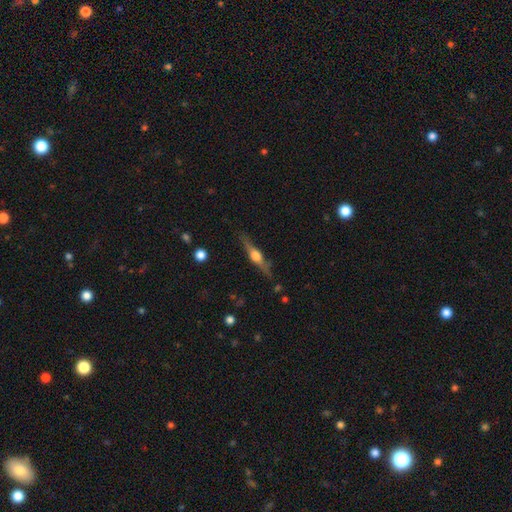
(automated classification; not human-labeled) Smooth or featured: featured or disk — 73% (smooth — 21%)
Edge-on disk: yes — 97% (no — 3%)
Edge-on bulge: rounded — 92% (boxy — 6%)
Merging: none — 83% (minor disturbance — 12%)